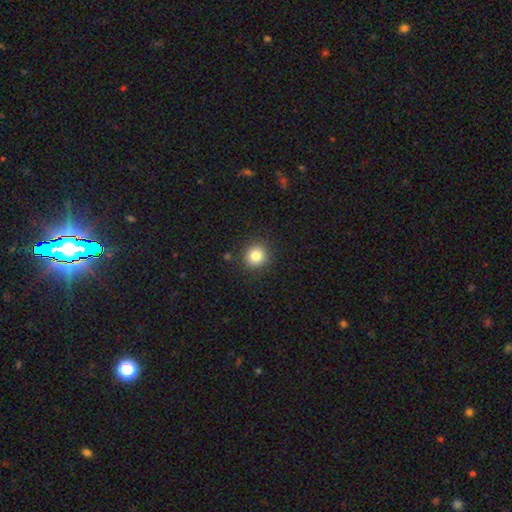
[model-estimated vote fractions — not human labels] Smooth or featured? smooth (83%)
How rounded? round (91%)
Merging? none (89%)